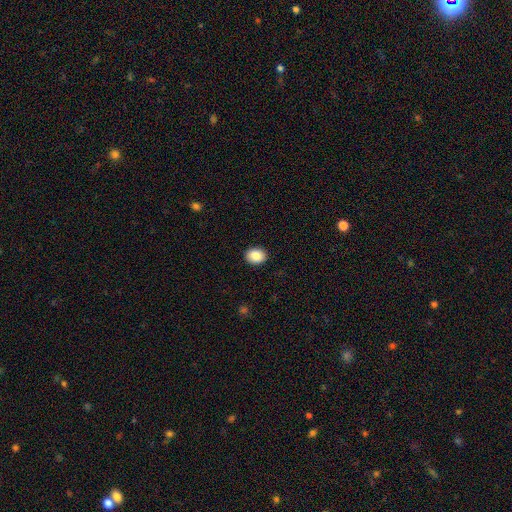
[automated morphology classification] A smooth galaxy with no disk features (87%) that is round (50%).

Vote fractions:
- Smooth or featured? smooth: 87% / star or artifact: 8% / featured or disk: 5%
- How rounded? round: 50% / in between: 49% / cigar-shaped: 1%
- Merging? none: 91% / minor disturbance: 6% / major disturbance: 2% / merger: 1%